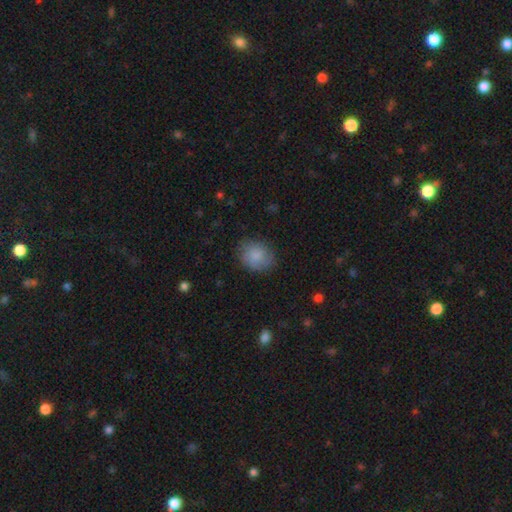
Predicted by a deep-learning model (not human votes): smooth_or_featured: smooth (p=0.84) [alt: featured or disk p=0.09]
how_rounded: round (p=0.65) [alt: in between p=0.34]
merging: none (p=0.78) [alt: minor disturbance p=0.17]